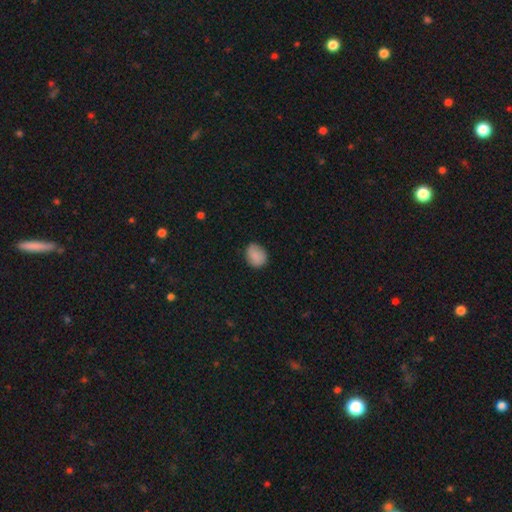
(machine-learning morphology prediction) smooth 87%, star or artifact 8%, featured or disk 5%. Down the decision tree: how rounded — round (55%); merging — none (84%).